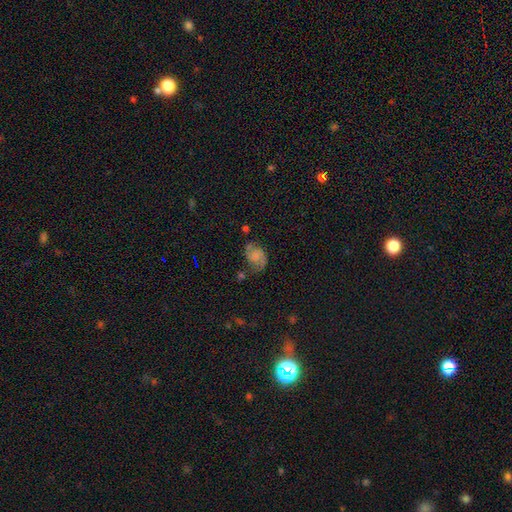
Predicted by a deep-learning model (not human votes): Smooth or featured?
  - featured or disk: 71% *
  - smooth: 20%
  - star or artifact: 10%
Edge-on disk?
  - no: 98% *
  - yes: 2%
Bar?
  - no: 60% *
  - weak: 33%
  - strong: 6%
Spiral arms?
  - yes: 94% *
  - no: 6%
Spiral winding?
  - medium: 49% *
  - loose: 34%
  - tight: 17%
Spiral arm count?
  - 2: 89% *
  - can't tell: 4%
  - 1: 3%
  - 3: 1%
  - 4: 1%
  - more than 4: 1%
Bulge size?
  - none: 46% *
  - small: 32%
  - moderate: 16%
  - large: 5%
  - dominant: 2%
Merging?
  - none: 61% *
  - minor disturbance: 22%
  - major disturbance: 11%
  - merger: 6%